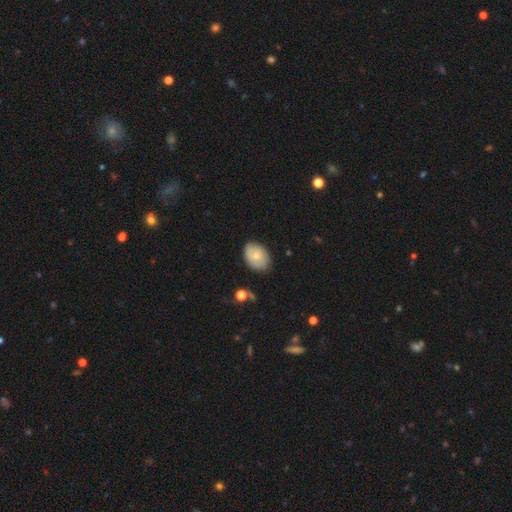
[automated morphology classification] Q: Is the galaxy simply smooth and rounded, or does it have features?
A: smooth — 67%.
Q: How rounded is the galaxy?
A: in between — 80%.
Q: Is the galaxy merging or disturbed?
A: none — 77%.